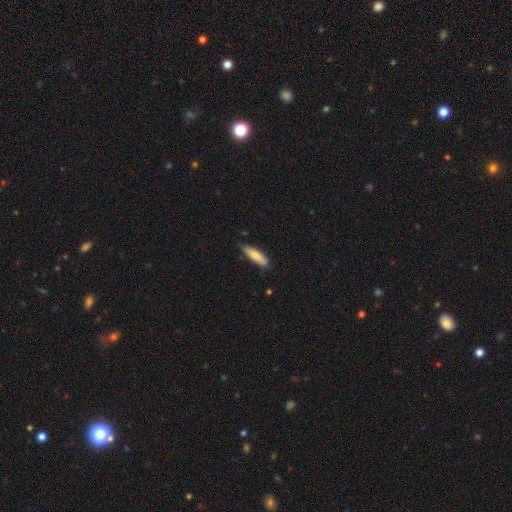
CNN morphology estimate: Q: Smooth or featured?
A: smooth (83%); runner-up: featured or disk (11%)
Q: How rounded?
A: cigar-shaped (64%); runner-up: in between (35%)
Q: Merging?
A: none (75%); runner-up: minor disturbance (21%)